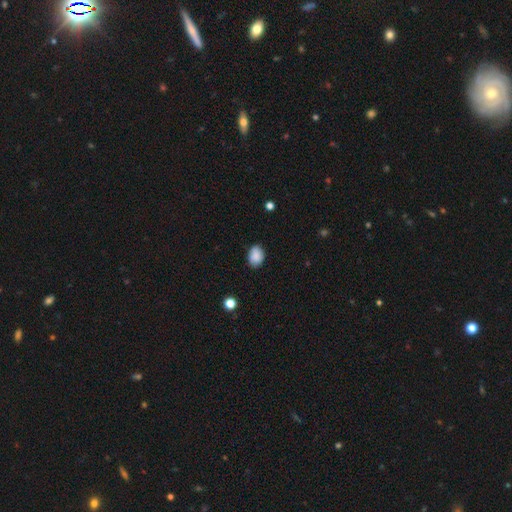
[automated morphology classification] Smooth or featured? smooth (86%)
How rounded? in between (69%)
Merging? none (78%)